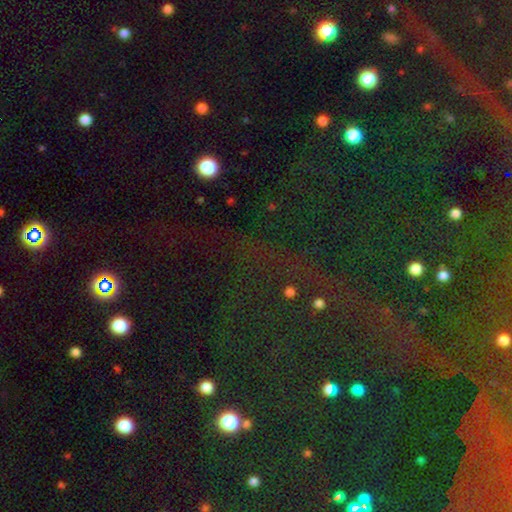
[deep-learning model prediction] A star or artifact, not a galaxy (75%).

Vote fractions:
- Smooth or featured? star or artifact: 75% / smooth: 15% / featured or disk: 9%